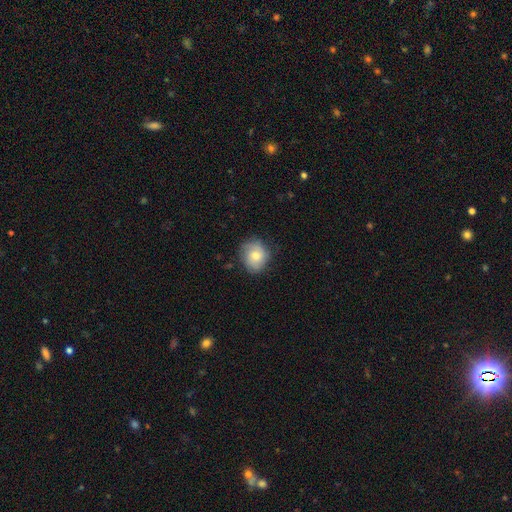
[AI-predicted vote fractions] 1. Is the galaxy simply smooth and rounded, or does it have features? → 69% smooth, 24% featured or disk, 8% star or artifact.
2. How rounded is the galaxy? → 72% round, 27% in between, 1% cigar-shaped.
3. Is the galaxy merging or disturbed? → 74% none, 20% minor disturbance, 5% major disturbance, 1% merger.